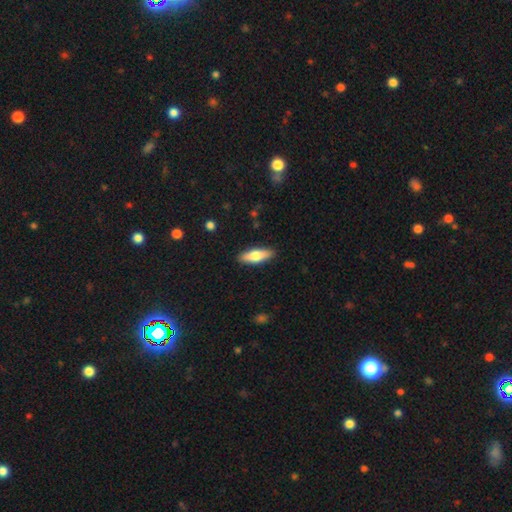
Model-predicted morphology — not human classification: A smooth galaxy with no disk features (65%) that is in between round and cigar-shaped (56%). Merging: none (89%).